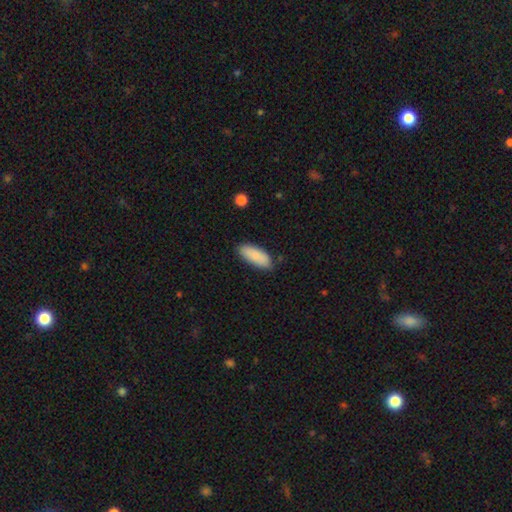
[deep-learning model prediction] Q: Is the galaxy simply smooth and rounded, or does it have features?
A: smooth — 88%.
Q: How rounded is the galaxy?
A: in between — 79%.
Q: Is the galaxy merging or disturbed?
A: none — 82%.